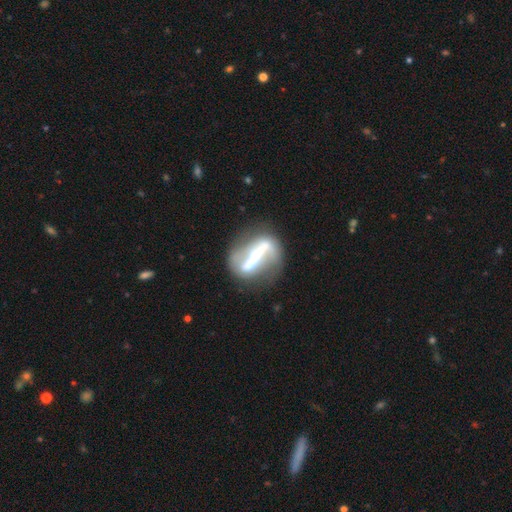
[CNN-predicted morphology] type=featured or disk (79%); edge-on=no (77%); bar=strong (83%); spiral arms=no (52%); bulge=small (48%); merging=none (69%).